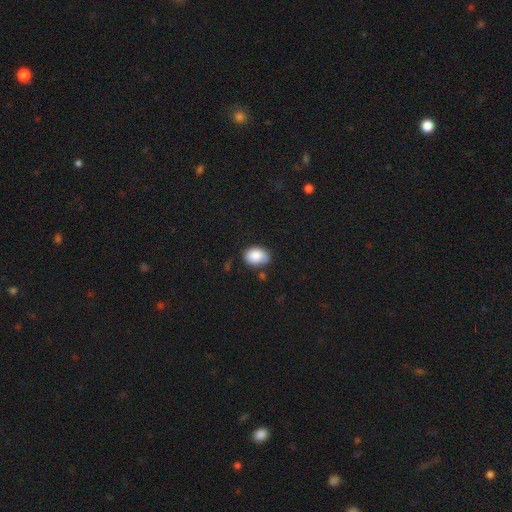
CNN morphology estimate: smooth 85%, featured or disk 8%, star or artifact 7%. Down the decision tree: how rounded — in between (78%); merging — none (65%).